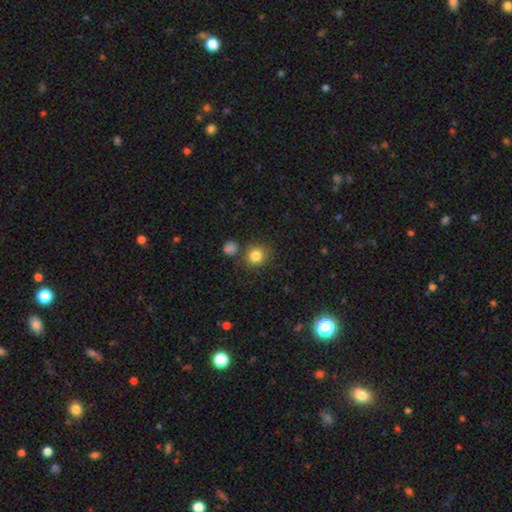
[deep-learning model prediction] This appears to be a smooth galaxy with no disk features (83%) that is round (86%). Merging: none (77%).